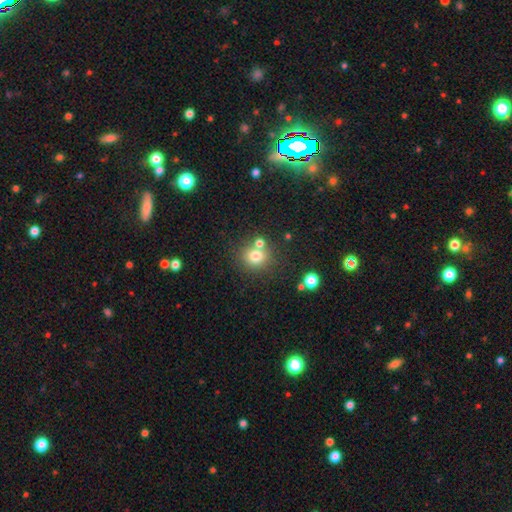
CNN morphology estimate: Smooth or featured?
  - smooth: 76% *
  - star or artifact: 14%
  - featured or disk: 10%
How rounded?
  - round: 84% *
  - in between: 15%
  - cigar-shaped: 1%
Merging?
  - none: 67% *
  - merger: 20%
  - minor disturbance: 9%
  - major disturbance: 3%